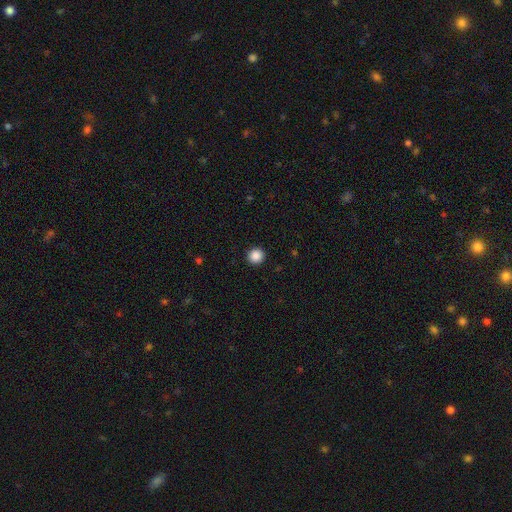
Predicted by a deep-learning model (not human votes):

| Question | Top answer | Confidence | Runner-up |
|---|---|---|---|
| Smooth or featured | smooth | 88% | star or artifact (10%) |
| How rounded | round | 95% | in between (4%) |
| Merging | none | 93% | minor disturbance (4%) |